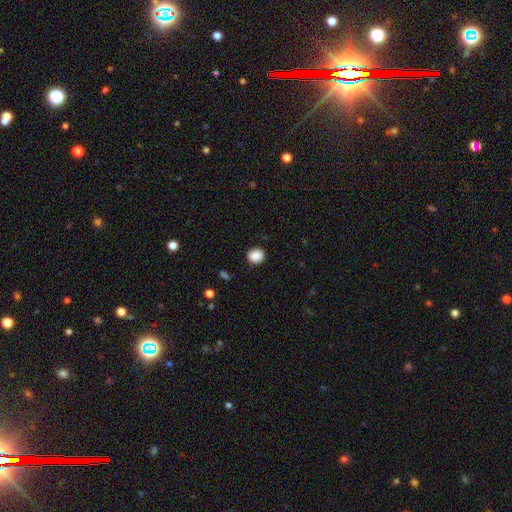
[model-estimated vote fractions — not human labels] Smooth or featured? Predicted: smooth (p=0.89). How rounded? Predicted: round (p=0.78). Merging? Predicted: none (p=0.89).